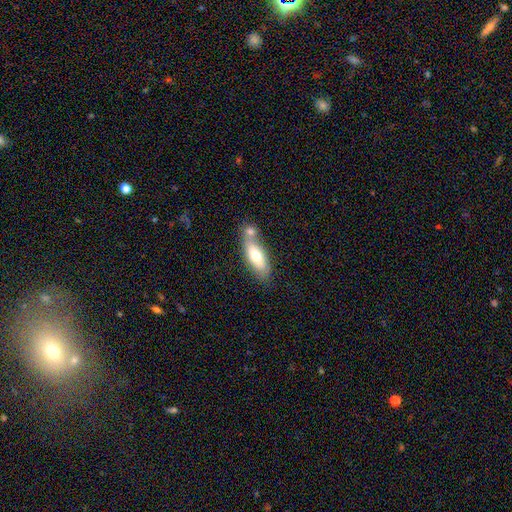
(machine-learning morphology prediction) Q: Smooth or featured?
A: smooth (67%); runner-up: featured or disk (26%)
Q: How rounded?
A: in between (71%); runner-up: cigar-shaped (26%)
Q: Merging?
A: none (42%); runner-up: merger (40%)